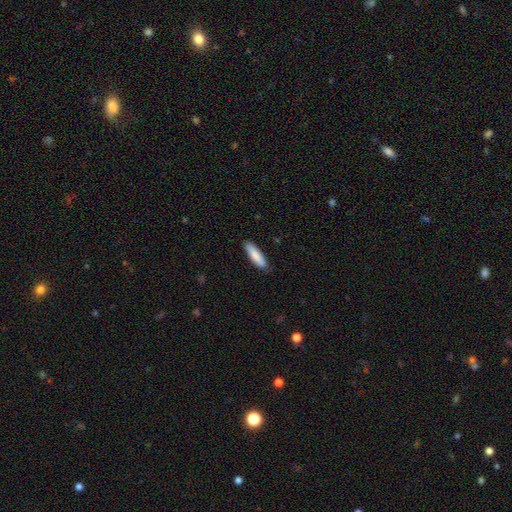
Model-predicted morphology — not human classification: Smooth or featured? smooth (86%)
How rounded? cigar-shaped (65%)
Merging? none (84%)